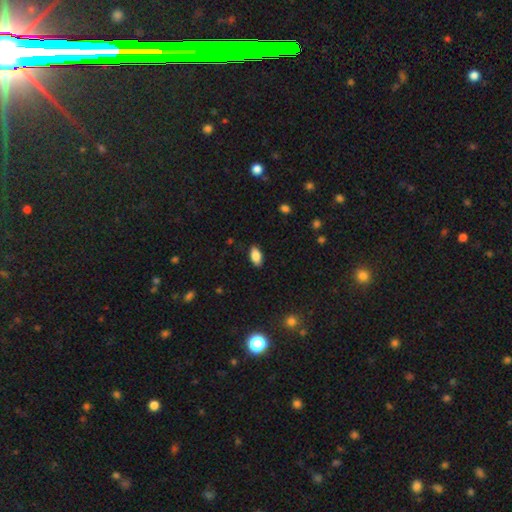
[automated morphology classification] Smooth or featured? Predicted: smooth (p=0.86). How rounded? Predicted: in between (p=0.92). Merging? Predicted: none (p=0.87).